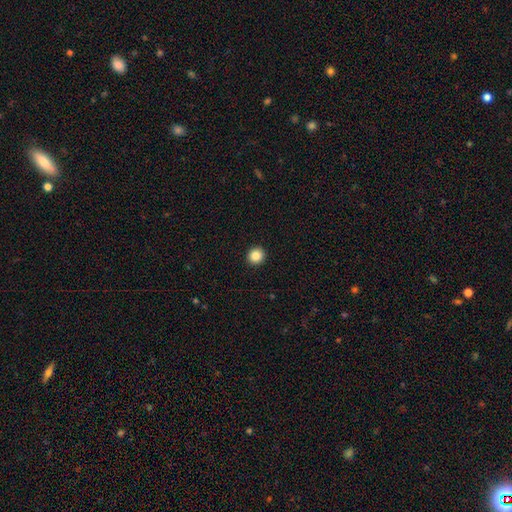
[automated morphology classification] The model was most divided on "smooth or featured": smooth: 86%, star or artifact: 10%, featured or disk: 4%. More confident: merging — none (94%); how rounded — round (92%).